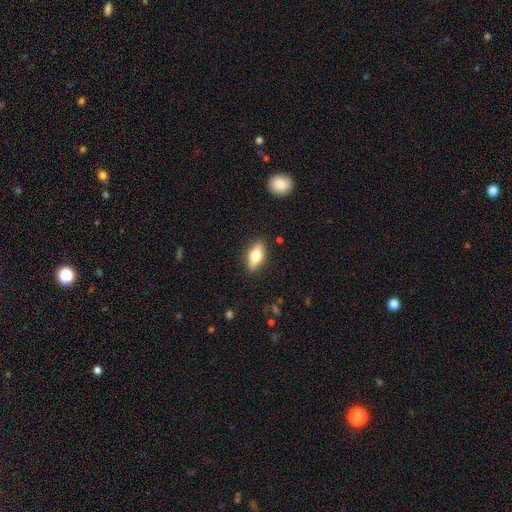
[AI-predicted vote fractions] smooth_or_featured: smooth (p=0.60) [alt: featured or disk p=0.33]
how_rounded: in between (p=0.76) [alt: cigar-shaped p=0.19]
merging: none (p=0.87) [alt: minor disturbance p=0.09]